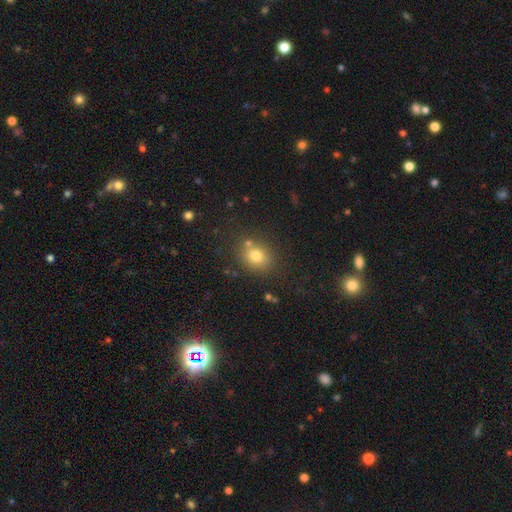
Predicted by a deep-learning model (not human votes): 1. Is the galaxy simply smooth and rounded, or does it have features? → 77% smooth, 13% star or artifact, 10% featured or disk.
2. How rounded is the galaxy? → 61% round, 38% in between, 1% cigar-shaped.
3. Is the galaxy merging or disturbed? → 74% none, 12% minor disturbance, 10% merger, 4% major disturbance.